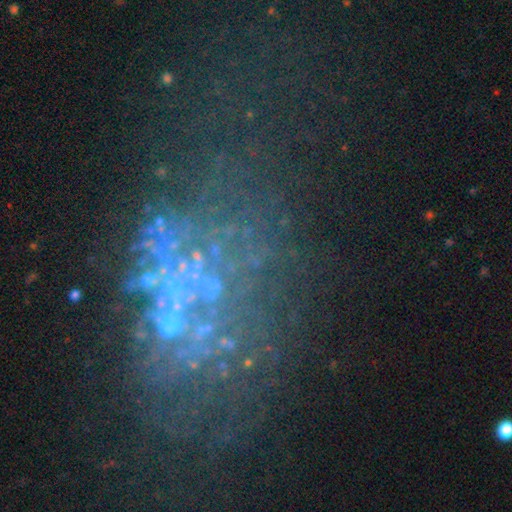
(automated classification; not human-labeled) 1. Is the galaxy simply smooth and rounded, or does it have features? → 44% featured or disk, 42% star or artifact, 14% smooth.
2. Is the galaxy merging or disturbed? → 53% none, 23% major disturbance, 16% minor disturbance, 8% merger.